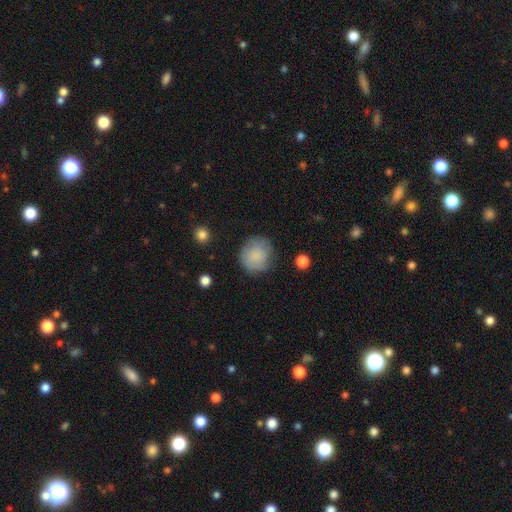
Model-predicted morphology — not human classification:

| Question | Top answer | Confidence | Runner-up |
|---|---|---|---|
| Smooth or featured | smooth | 82% | featured or disk (11%) |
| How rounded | round | 88% | in between (11%) |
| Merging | none | 76% | minor disturbance (17%) |